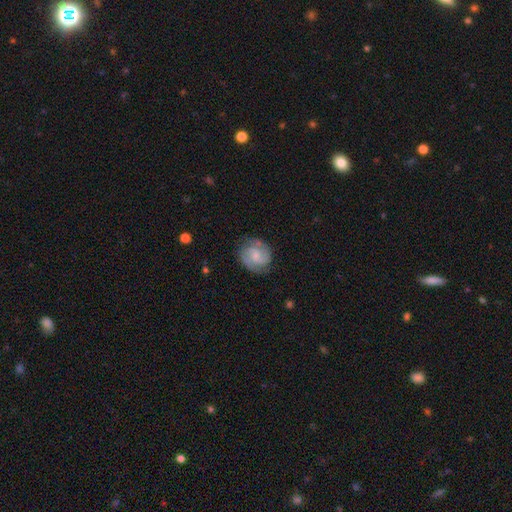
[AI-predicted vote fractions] A featured or disk galaxy (71%) with no bar (47%), 2 (84%) medium (49%) spiral arms (94%) and a small central bulge (52%). Merging: none (76%).